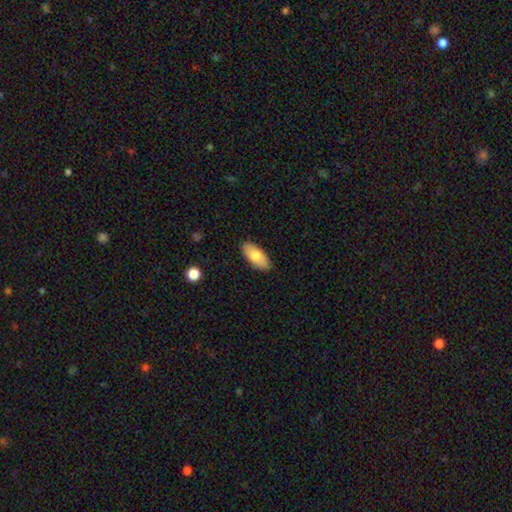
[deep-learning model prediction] Morphology: type=smooth (78%); roundness=in between (88%); merging=none (86%).